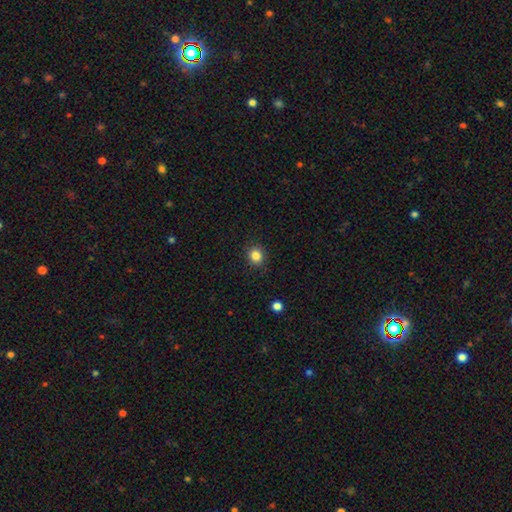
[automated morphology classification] Overall: smooth (84%). How rounded: round (81%). Merging: none (88%).